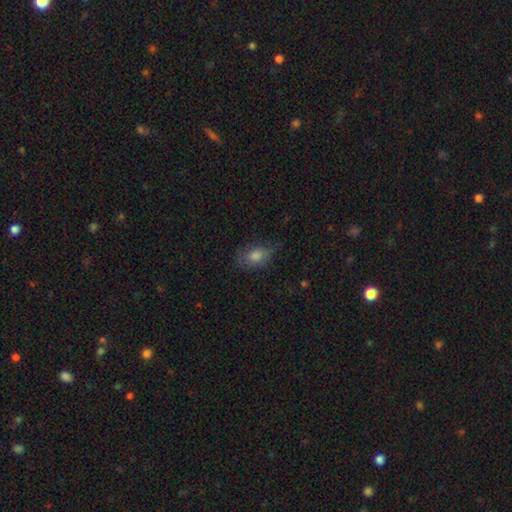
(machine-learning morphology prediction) Smooth or featured? Predicted: smooth (p=0.71). How rounded? Predicted: in between (p=0.80). Merging? Predicted: none (p=0.61).